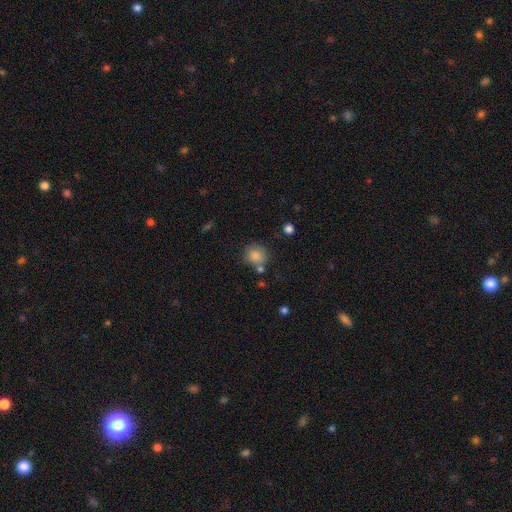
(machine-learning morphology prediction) This appears to be a smooth galaxy with no disk features (83%) that is round (86%). Merging: none (72%).